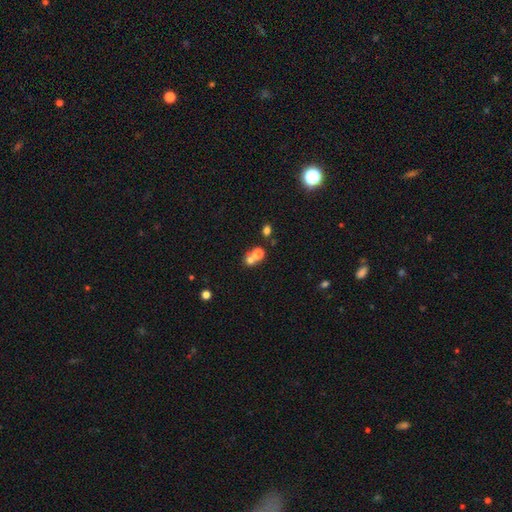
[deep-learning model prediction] The model was most divided on "merging": merger: 60%, none: 31%, minor disturbance: 5%, major disturbance: 3%. More confident: how rounded — round (74%); smooth or featured — smooth (68%).